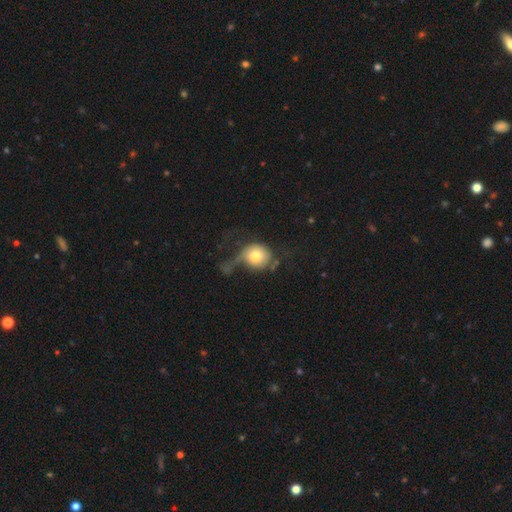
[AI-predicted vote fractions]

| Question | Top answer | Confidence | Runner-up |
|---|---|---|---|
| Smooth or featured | smooth | 71% | featured or disk (20%) |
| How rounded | round | 84% | in between (15%) |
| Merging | major disturbance | 42% | none (27%) |